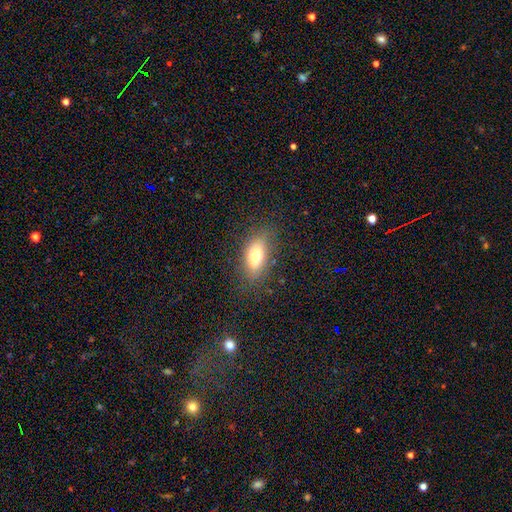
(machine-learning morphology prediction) Smooth or featured? Predicted: smooth (p=0.74). How rounded? Predicted: in between (p=0.82). Merging? Predicted: none (p=0.81).